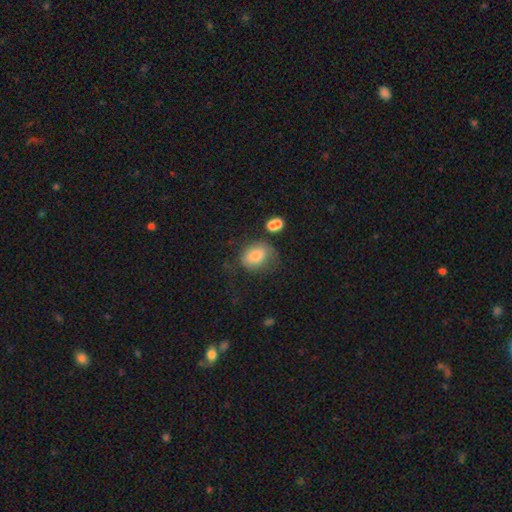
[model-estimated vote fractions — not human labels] Smooth or featured? smooth (79%)
How rounded? in between (59%)
Merging? none (45%)